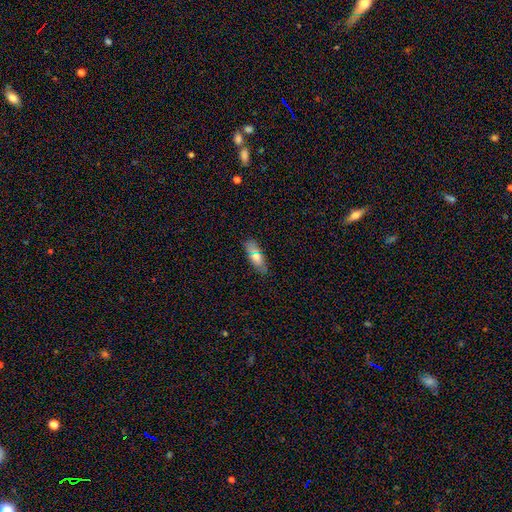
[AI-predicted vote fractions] smooth_or_featured: smooth (p=0.72) [alt: featured or disk p=0.18]
how_rounded: in between (p=0.75) [alt: cigar-shaped p=0.22]
merging: none (p=0.82) [alt: minor disturbance p=0.13]